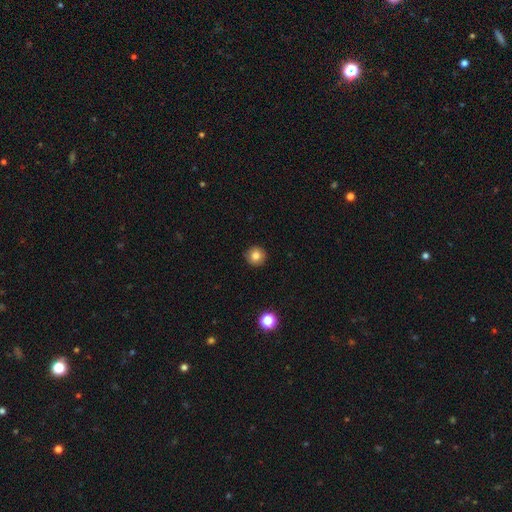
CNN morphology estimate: Overall: smooth (81%). How rounded: round (95%). Merging: none (92%).